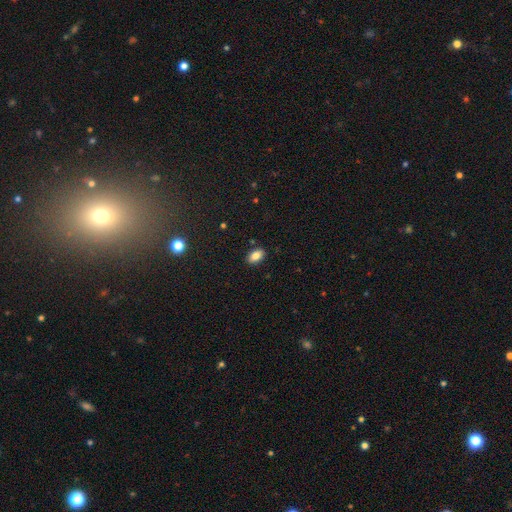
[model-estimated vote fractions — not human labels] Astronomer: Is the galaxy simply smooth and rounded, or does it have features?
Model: smooth — 84%.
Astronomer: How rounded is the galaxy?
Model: in between — 90%.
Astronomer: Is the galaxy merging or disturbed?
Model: none — 88%.